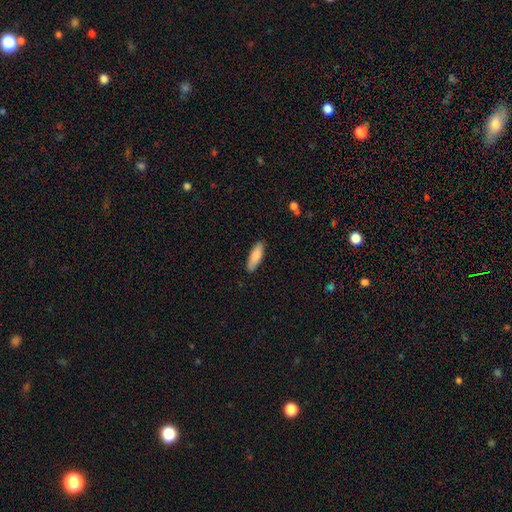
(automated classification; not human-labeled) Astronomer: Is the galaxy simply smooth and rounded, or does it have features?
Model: smooth — 85%.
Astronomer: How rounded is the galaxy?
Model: in between — 56% (runner-up: cigar-shaped, 42%).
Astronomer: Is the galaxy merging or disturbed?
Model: none — 87%.